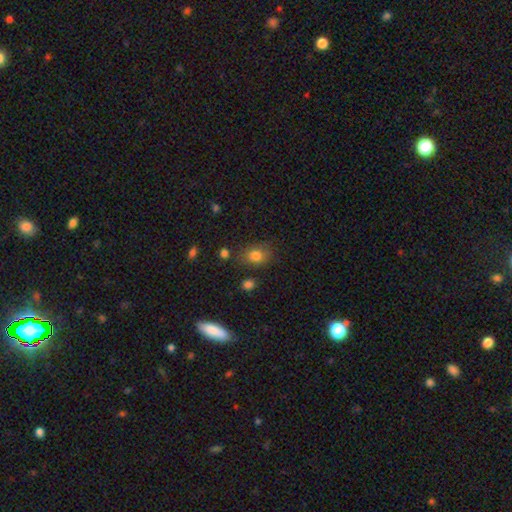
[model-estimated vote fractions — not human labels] smooth-or-featured: smooth: 81% | star or artifact: 11% | featured or disk: 7%
  how-rounded: in between: 59% | round: 39% | cigar-shaped: 1%
  merging: none: 74% | minor disturbance: 16% | major disturbance: 5% | merger: 5%